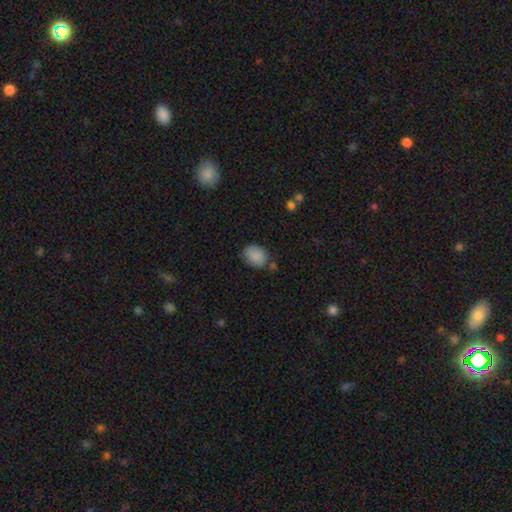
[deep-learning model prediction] Morphology: type=smooth (87%); roundness=in between (61%); merging=none (71%).